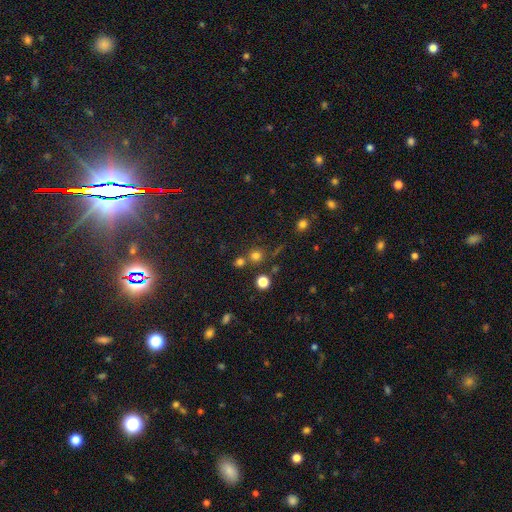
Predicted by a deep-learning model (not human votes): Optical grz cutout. It shows a smooth galaxy with no disk features (72%) that is round (90%). Merging: none (70%).